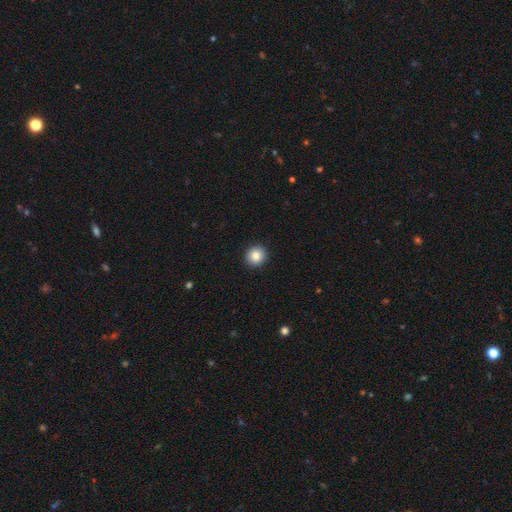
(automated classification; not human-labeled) smooth_or_featured: smooth (p=0.84) [alt: star or artifact p=0.09]
how_rounded: round (p=0.92) [alt: in between p=0.07]
merging: none (p=0.93) [alt: minor disturbance p=0.05]